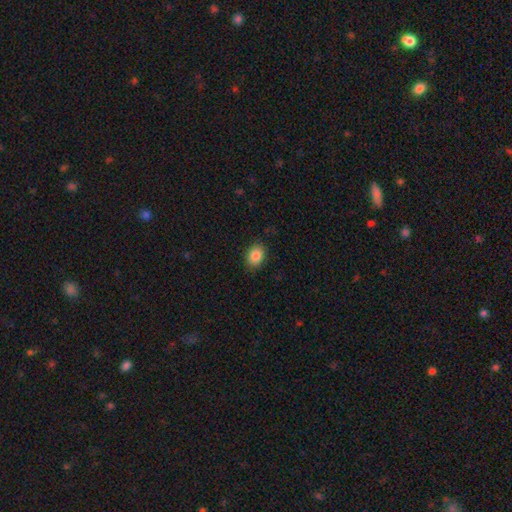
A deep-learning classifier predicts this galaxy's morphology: Smooth or featured? smooth (87%)
How rounded? in between (72%)
Merging? none (88%)